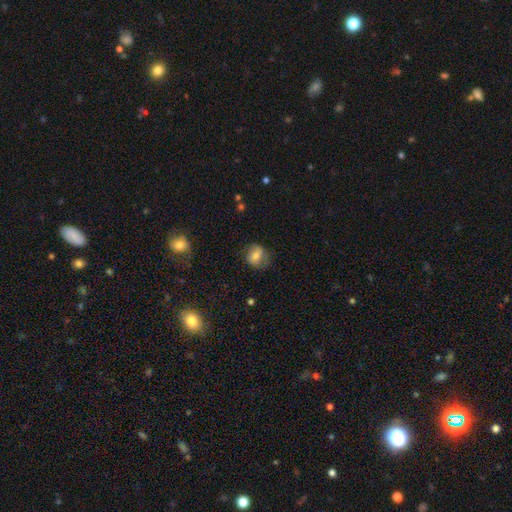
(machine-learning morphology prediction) This is likely a smooth galaxy (68%). How rounded: likely round (62%). Merging: likely none (65%).